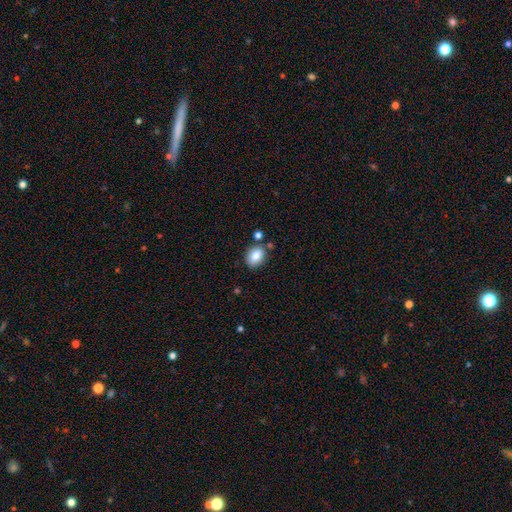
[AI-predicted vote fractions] Morphology: type=smooth (83%); roundness=in between (68%); merging=none (75%).